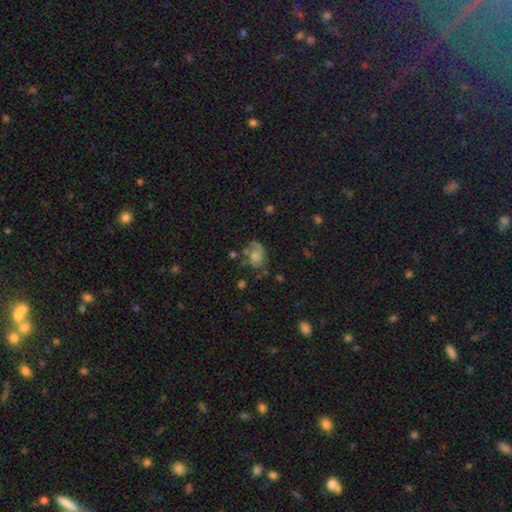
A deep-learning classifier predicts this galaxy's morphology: A smooth galaxy with no disk features (51%) that is in between round and cigar-shaped (76%).

Vote fractions:
- Smooth or featured? smooth: 51% / featured or disk: 37% / star or artifact: 12%
- How rounded? in between: 76% / round: 23% / cigar-shaped: 2%
- Merging? none: 40% / minor disturbance: 27% / major disturbance: 24% / merger: 9%